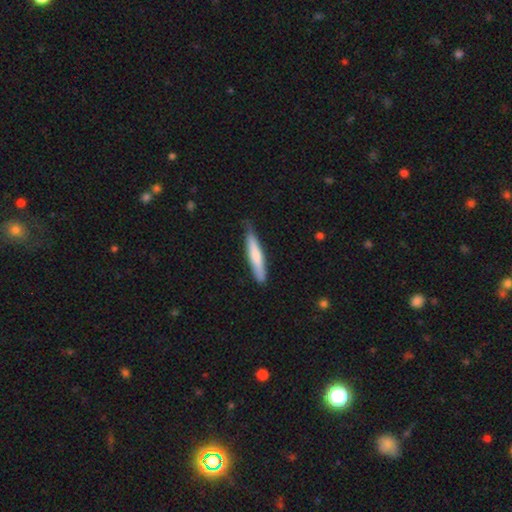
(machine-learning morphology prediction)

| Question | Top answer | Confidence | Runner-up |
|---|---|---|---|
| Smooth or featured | smooth | 70% | featured or disk (25%) |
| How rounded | cigar-shaped | 91% | in between (8%) |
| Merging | none | 75% | minor disturbance (21%) |